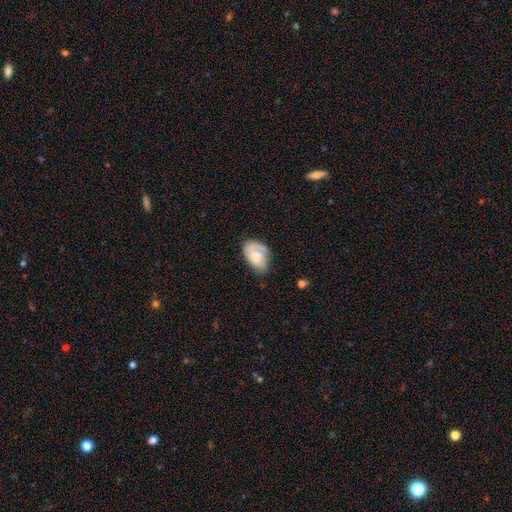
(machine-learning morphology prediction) Smooth or featured?
  - featured or disk: 47% *
  - smooth: 46%
  - star or artifact: 7%
Merging?
  - none: 54% *
  - minor disturbance: 30%
  - major disturbance: 13%
  - merger: 2%